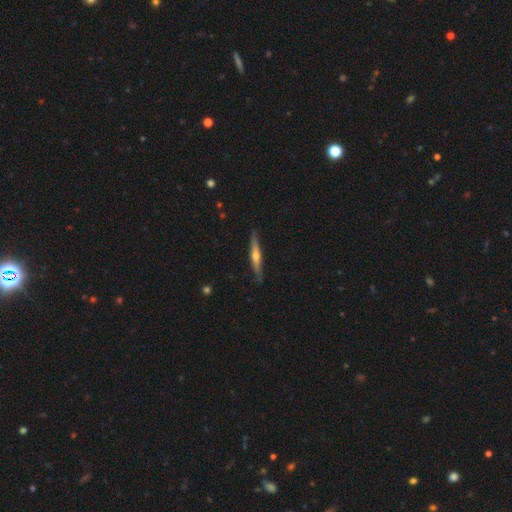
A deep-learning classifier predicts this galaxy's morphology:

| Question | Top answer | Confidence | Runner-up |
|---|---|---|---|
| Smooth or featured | featured or disk | 60% | smooth (34%) |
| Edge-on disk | yes | 96% | no (4%) |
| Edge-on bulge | rounded | 85% | none (11%) |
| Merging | none | 87% | minor disturbance (10%) |